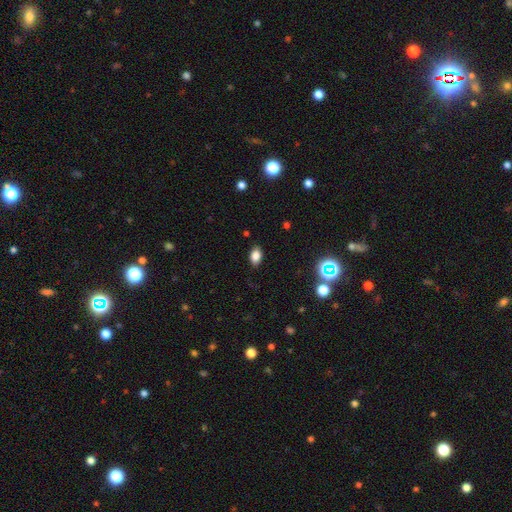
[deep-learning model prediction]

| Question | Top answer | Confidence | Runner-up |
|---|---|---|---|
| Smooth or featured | smooth | 81% | star or artifact (12%) |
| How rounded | in between | 86% | round (12%) |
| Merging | none | 86% | minor disturbance (11%) |